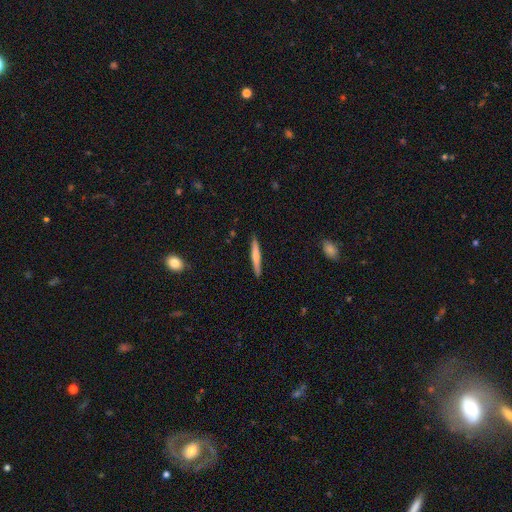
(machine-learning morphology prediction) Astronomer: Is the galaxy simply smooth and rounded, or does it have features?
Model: smooth — 60% (runner-up: featured or disk, 35%).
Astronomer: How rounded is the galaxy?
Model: cigar-shaped — 95%.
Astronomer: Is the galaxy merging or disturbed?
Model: none — 90%.